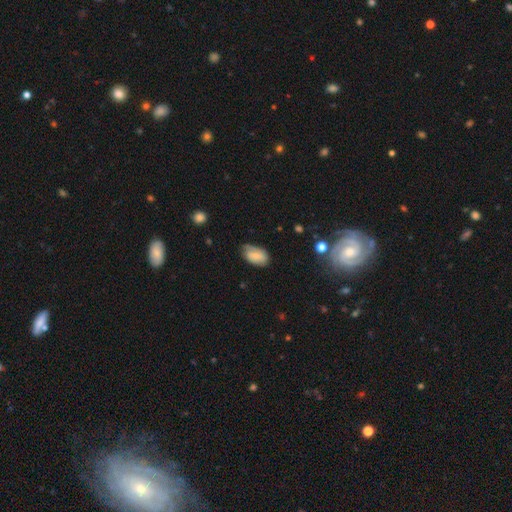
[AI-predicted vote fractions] Q: Smooth or featured?
A: smooth (73%); runner-up: featured or disk (19%)
Q: How rounded?
A: in between (93%); runner-up: round (5%)
Q: Merging?
A: none (58%); runner-up: minor disturbance (33%)